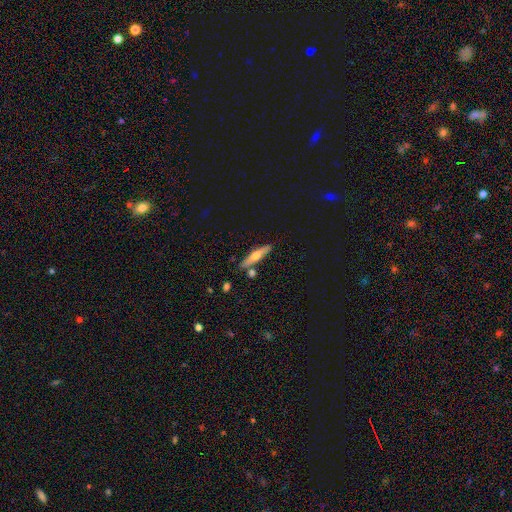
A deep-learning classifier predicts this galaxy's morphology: Overall: featured or disk (52%; smooth 42%). Edge-on disk: yes (89%). Merging: none (82%).